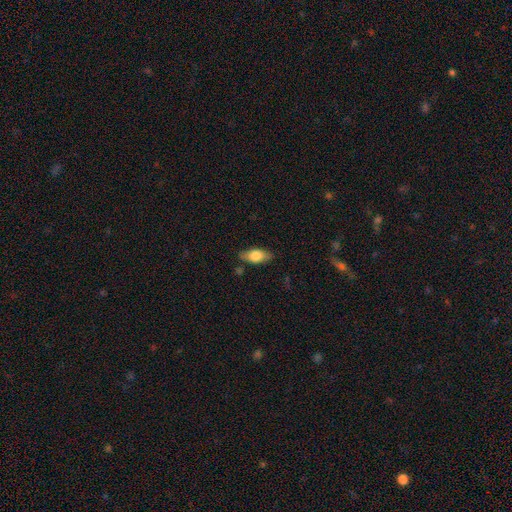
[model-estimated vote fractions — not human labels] A smooth galaxy with no disk features (71%) that is in between round and cigar-shaped (83%). Merging: none (81%).